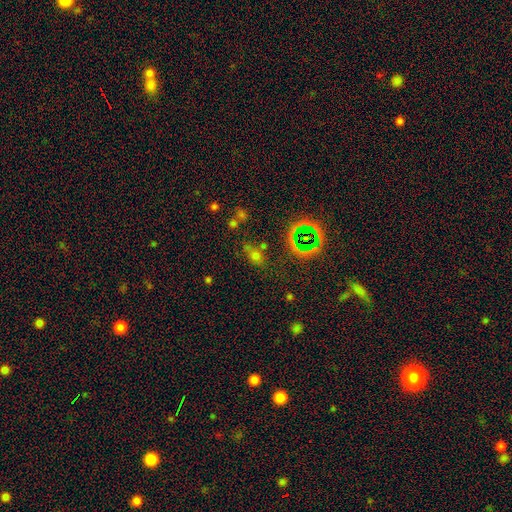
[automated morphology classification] Smooth or featured? Predicted: smooth (p=0.52). How rounded? Predicted: in between (p=0.63). Merging? Predicted: none (p=0.64).